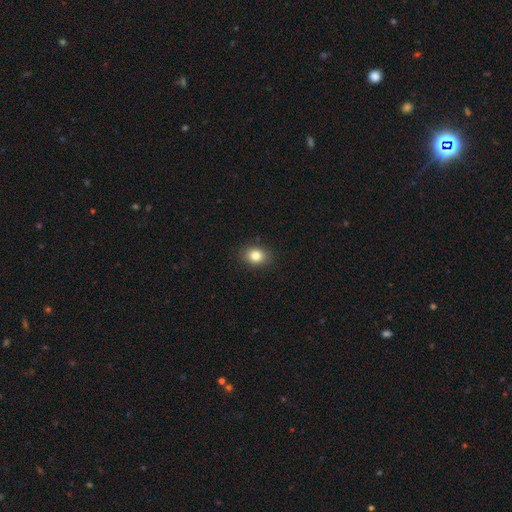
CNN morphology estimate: Smooth or featured? Predicted: smooth (p=0.83). How rounded? Predicted: in between (p=0.56). Merging? Predicted: none (p=0.88).